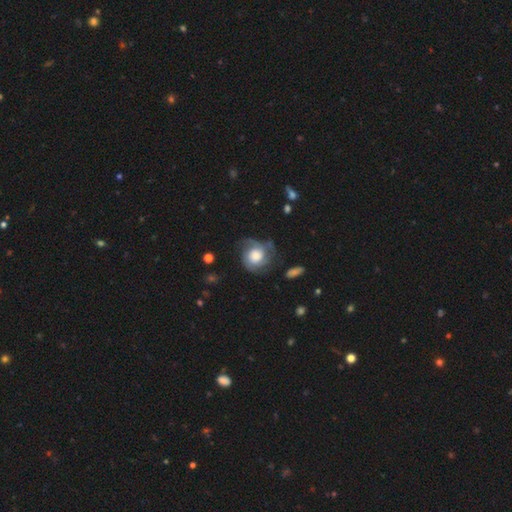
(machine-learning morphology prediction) Smooth or featured?
  - featured or disk: 67% *
  - smooth: 26%
  - star or artifact: 7%
Edge-on disk?
  - no: 98% *
  - yes: 2%
Bar?
  - no: 76% *
  - weak: 20%
  - strong: 3%
Spiral arms?
  - yes: 89% *
  - no: 11%
Spiral winding?
  - tight: 47% *
  - medium: 38%
  - loose: 15%
Spiral arm count?
  - 2: 47% *
  - can't tell: 23%
  - 3: 15%
  - 1: 7%
  - 4: 5%
  - more than 4: 4%
Bulge size?
  - large: 52% *
  - moderate: 29%
  - dominant: 8%
  - small: 7%
  - none: 3%
Merging?
  - none: 59% *
  - minor disturbance: 23%
  - major disturbance: 16%
  - merger: 2%